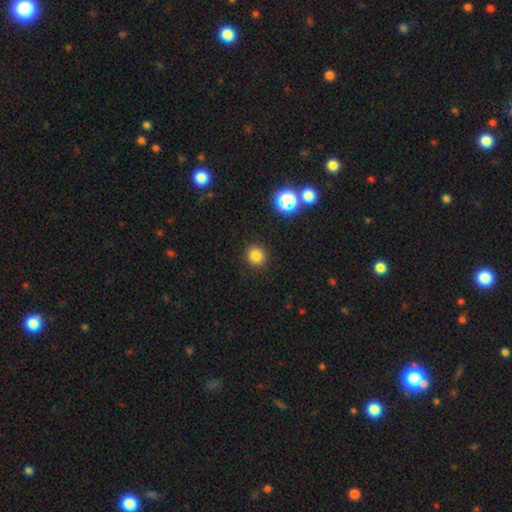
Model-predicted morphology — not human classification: smooth-or-featured: smooth: 80% | star or artifact: 15% | featured or disk: 5%
  how-rounded: round: 90% | in between: 9% | cigar-shaped: 1%
  merging: none: 91% | minor disturbance: 6% | major disturbance: 2% | merger: 1%